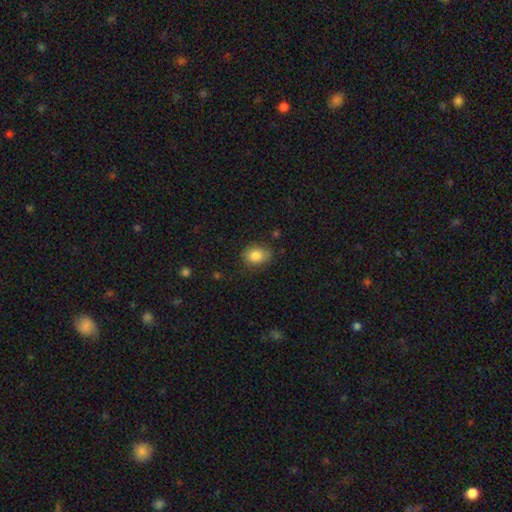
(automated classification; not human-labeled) This is clearly a smooth galaxy (85%). How rounded: possibly in between (59%). Merging: likely none (76%).